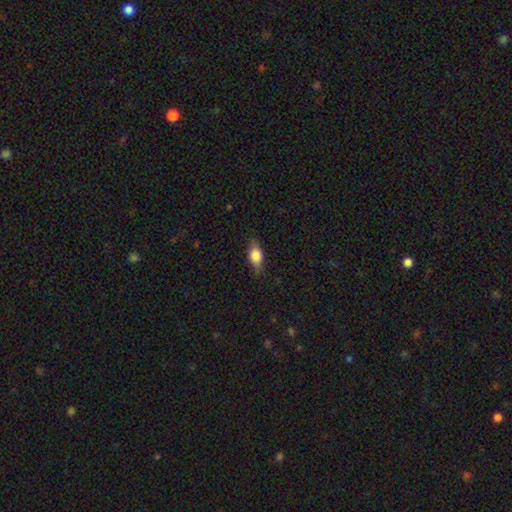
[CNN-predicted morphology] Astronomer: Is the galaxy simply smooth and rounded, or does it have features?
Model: smooth — 65%.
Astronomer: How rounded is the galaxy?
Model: in between — 77%.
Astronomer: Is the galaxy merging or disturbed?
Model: none — 79%.